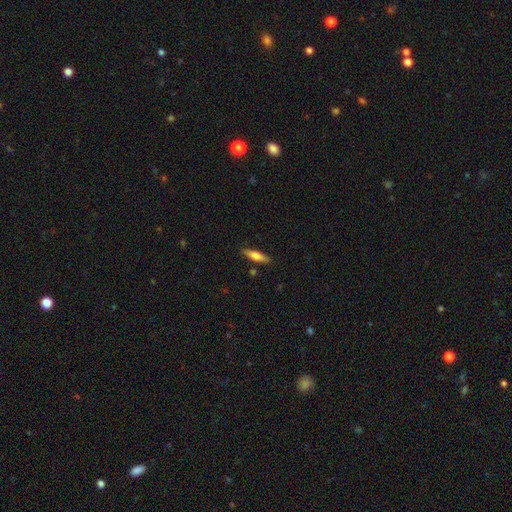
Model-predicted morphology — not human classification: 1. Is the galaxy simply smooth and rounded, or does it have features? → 64% smooth, 30% featured or disk, 6% star or artifact.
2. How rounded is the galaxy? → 66% cigar-shaped, 32% in between, 2% round.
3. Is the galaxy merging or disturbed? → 85% none, 11% minor disturbance, 2% major disturbance, 2% merger.